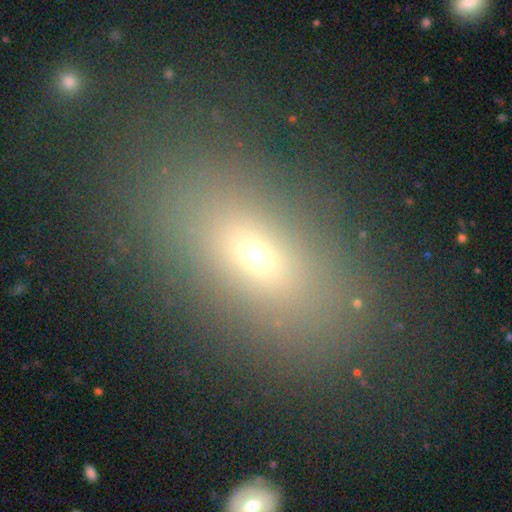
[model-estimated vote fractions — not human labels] Overall: smooth (62%). How rounded: in between (79%). Merging: none (78%).